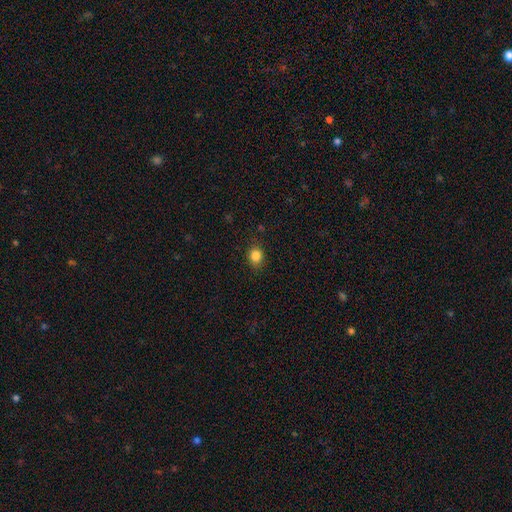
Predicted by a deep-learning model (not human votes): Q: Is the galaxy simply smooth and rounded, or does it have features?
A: smooth — 84%.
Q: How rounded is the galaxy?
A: round — 65%.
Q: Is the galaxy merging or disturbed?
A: none — 85%.